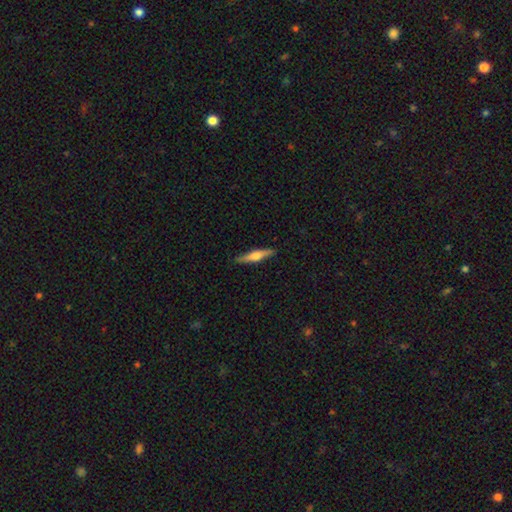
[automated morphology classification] A featured or disk galaxy (54%) viewed edge-on (96%) with a rounded central bulge (86%).

Vote fractions:
- Smooth or featured? featured or disk: 54% / smooth: 40% / star or artifact: 5%
- Edge-on disk? yes: 96% / no: 4%
- Edge-on bulge? rounded: 86% / boxy: 8% / none: 5%
- Merging? none: 89% / minor disturbance: 9% / major disturbance: 2% / merger: 1%